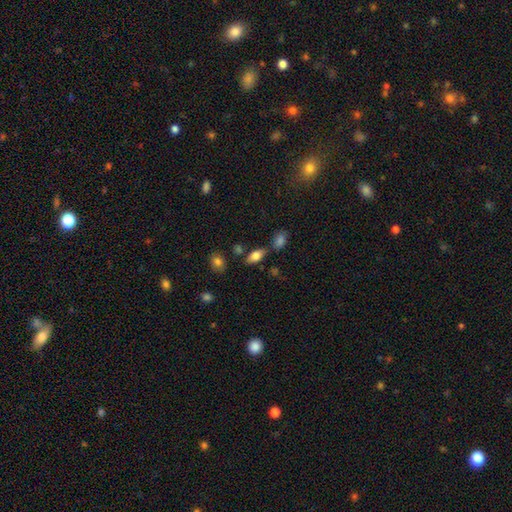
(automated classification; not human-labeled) smooth-or-featured: smooth: 76% | featured or disk: 16% | star or artifact: 8%
  how-rounded: in between: 86% | cigar-shaped: 10% | round: 4%
  merging: none: 72% | minor disturbance: 13% | merger: 11% | major disturbance: 4%